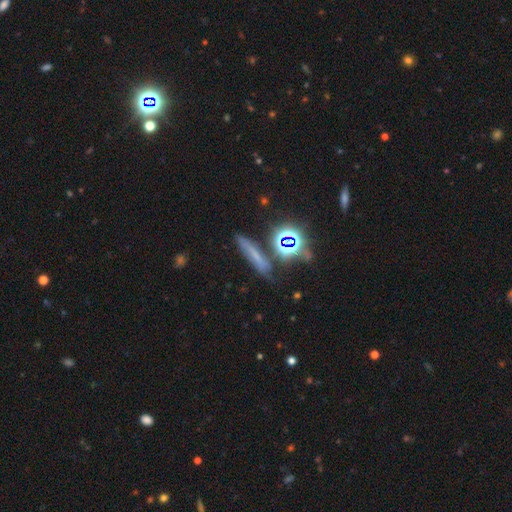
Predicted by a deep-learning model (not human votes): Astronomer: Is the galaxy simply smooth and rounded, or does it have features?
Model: smooth — 46% (runner-up: star or artifact, 32%).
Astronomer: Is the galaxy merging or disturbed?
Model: none — 70%.